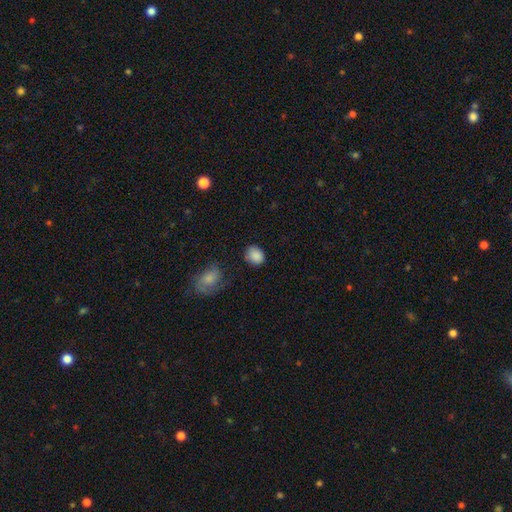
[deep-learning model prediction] A smooth galaxy with no disk features (88%) that is round (58%).

Vote fractions:
- Smooth or featured? smooth: 88% / star or artifact: 8% / featured or disk: 4%
- How rounded? round: 58% / in between: 41% / cigar-shaped: 1%
- Merging? none: 78% / minor disturbance: 15% / major disturbance: 4% / merger: 3%